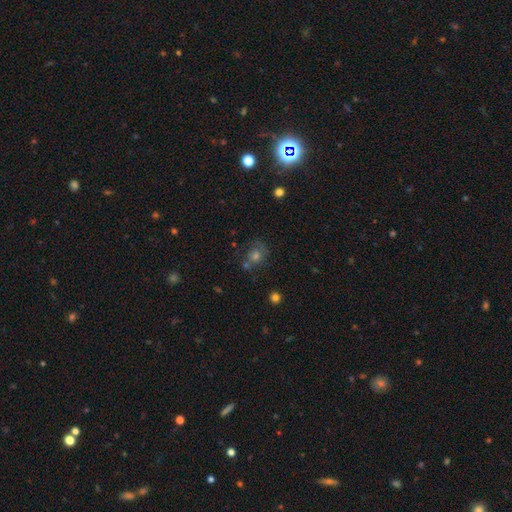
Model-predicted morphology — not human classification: type=smooth (45%); merging=none (59%).